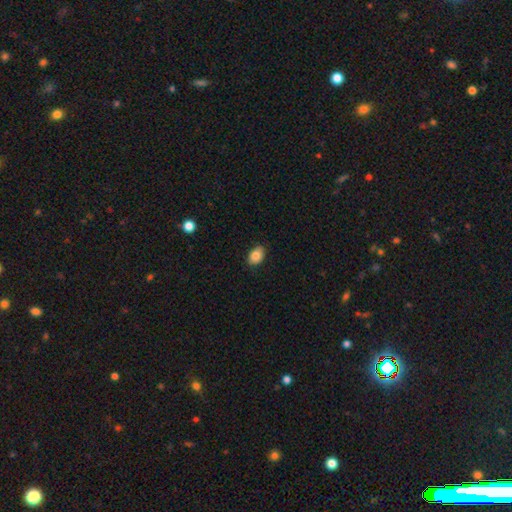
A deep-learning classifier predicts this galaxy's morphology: Q: Smooth or featured?
A: smooth (85%); runner-up: star or artifact (8%)
Q: How rounded?
A: in between (81%); runner-up: round (18%)
Q: Merging?
A: none (84%); runner-up: minor disturbance (13%)